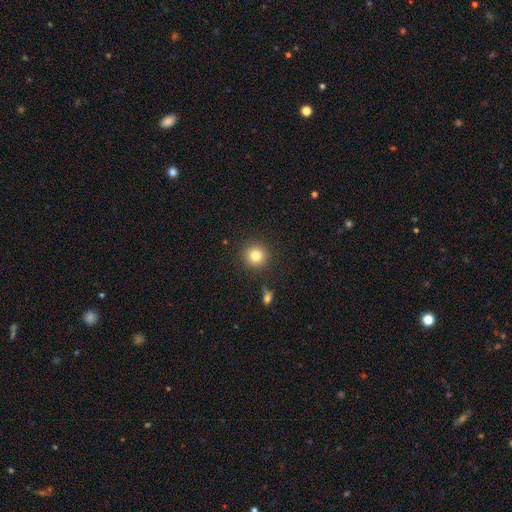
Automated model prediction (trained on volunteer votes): smooth_or_featured: smooth (p=0.82) [alt: star or artifact p=0.11]
how_rounded: round (p=0.94) [alt: in between p=0.05]
merging: none (p=0.90) [alt: minor disturbance p=0.06]